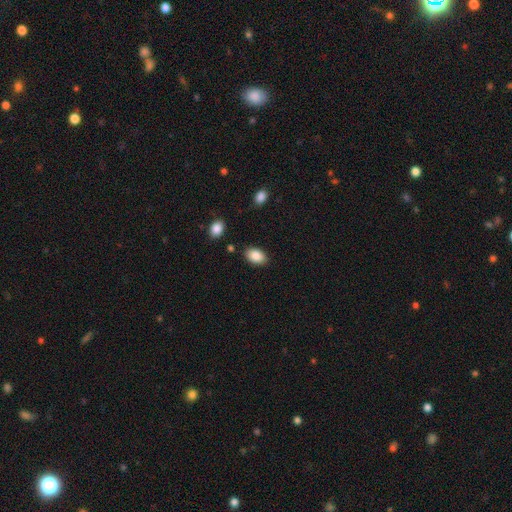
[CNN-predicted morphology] Smooth or featured? smooth (87%)
How rounded? in between (89%)
Merging? none (85%)